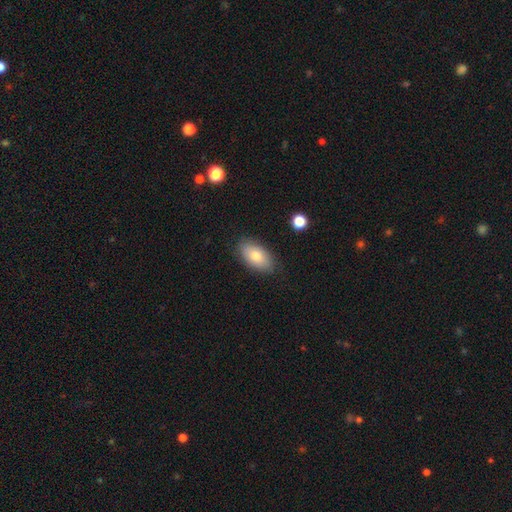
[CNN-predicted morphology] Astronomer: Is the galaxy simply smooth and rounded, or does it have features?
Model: smooth — 78%.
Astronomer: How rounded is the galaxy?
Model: in between — 93%.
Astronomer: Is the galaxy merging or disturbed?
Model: none — 84%.